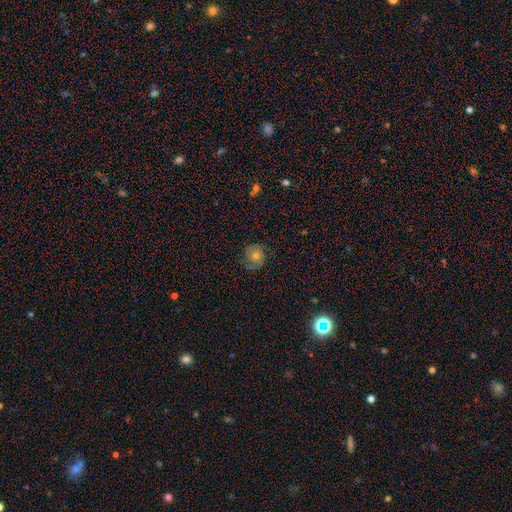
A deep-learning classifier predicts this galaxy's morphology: This is likely a featured or disk galaxy (65%). It is clearly not viewed edge-on (97%). Bar: clearly no (81%). Spiral arm pattern: clearly yes (89%). Spiral arm count: possibly 2 (55%). Spiral winding: likely tight (61%). Central bulge: possibly moderate (58%). Merging: likely none (77%).